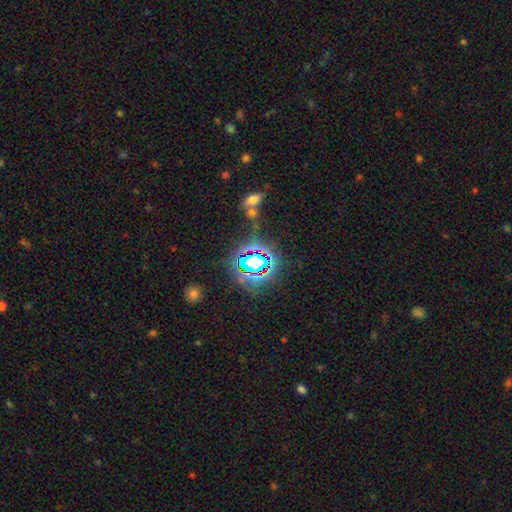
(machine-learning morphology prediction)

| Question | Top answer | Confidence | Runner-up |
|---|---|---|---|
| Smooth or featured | star or artifact | 73% | smooth (17%) |